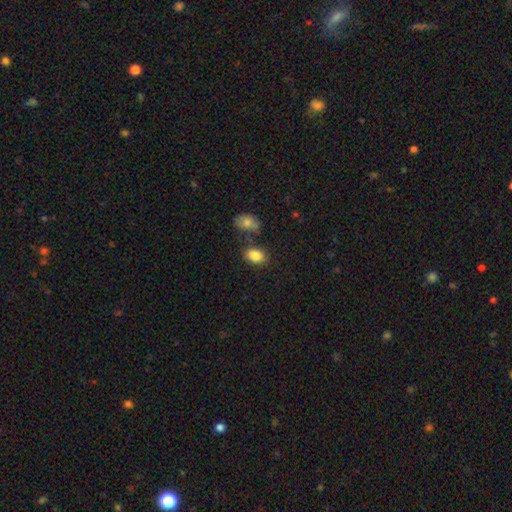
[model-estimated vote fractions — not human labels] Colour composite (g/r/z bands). It shows a smooth galaxy with no disk features (86%) that is in between round and cigar-shaped (85%). Merging: none (71%).